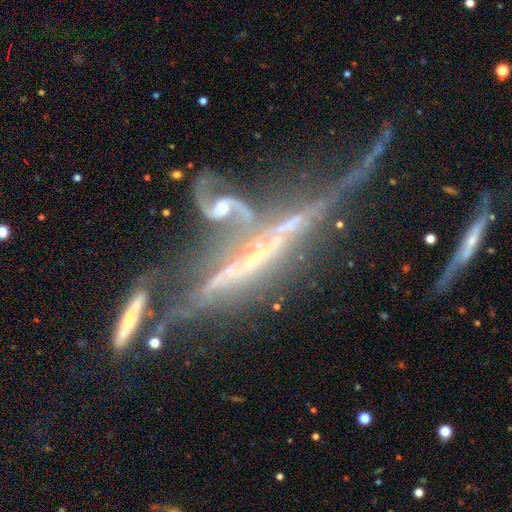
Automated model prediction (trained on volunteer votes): A featured or disk galaxy (73%) viewed edge-on (74%) with no central bulge (62%). Merging: merger (42%).